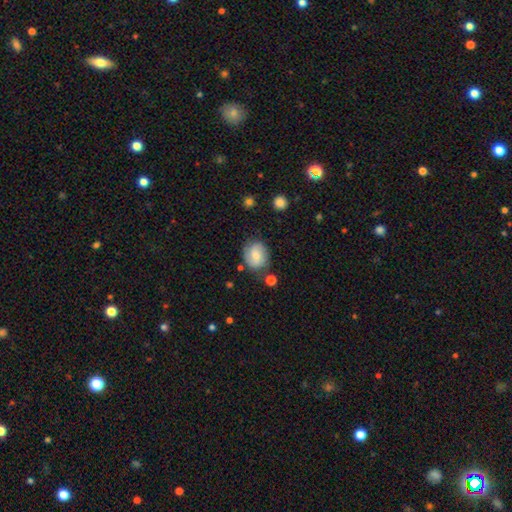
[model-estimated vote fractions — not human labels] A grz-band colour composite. It shows a smooth galaxy with no disk features (60%) that is round (60%). Merging: none (73%).